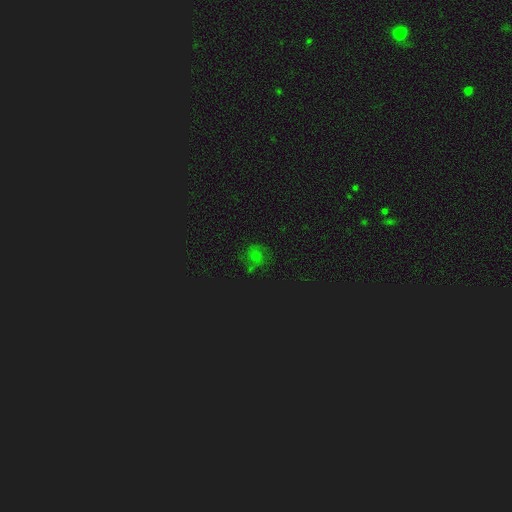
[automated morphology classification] Overall: smooth (41%; star or artifact 38%). Merging: none (61%).